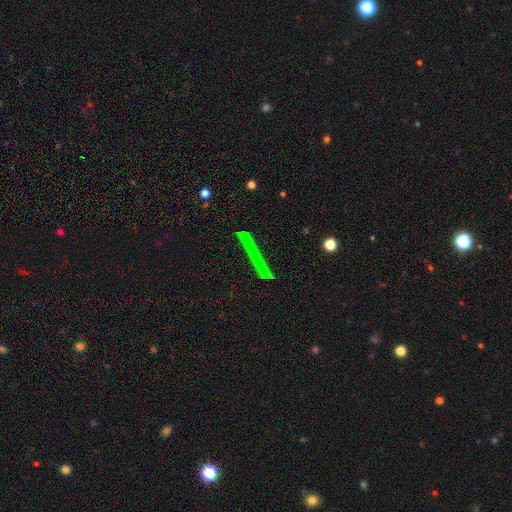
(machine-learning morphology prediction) This appears to be a featured or disk galaxy (48%). Merging: none (81%).